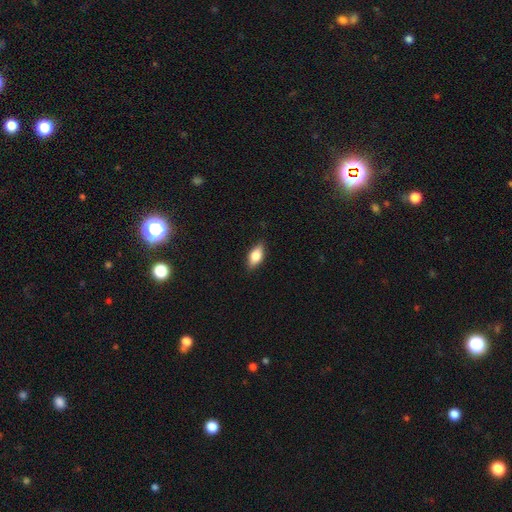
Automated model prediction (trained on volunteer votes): The model was most divided on "smooth or featured": smooth: 74%, featured or disk: 19%, star or artifact: 7%. More confident: how rounded — in between (86%); merging — none (85%).